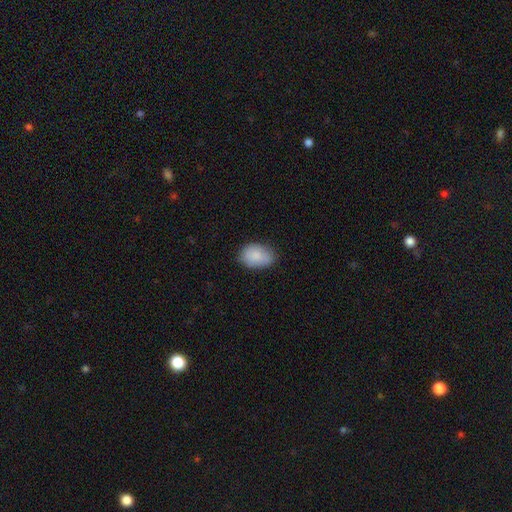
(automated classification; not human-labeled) This appears to be a smooth galaxy with no disk features (87%) that is in between round and cigar-shaped (85%). Merging: none (77%).